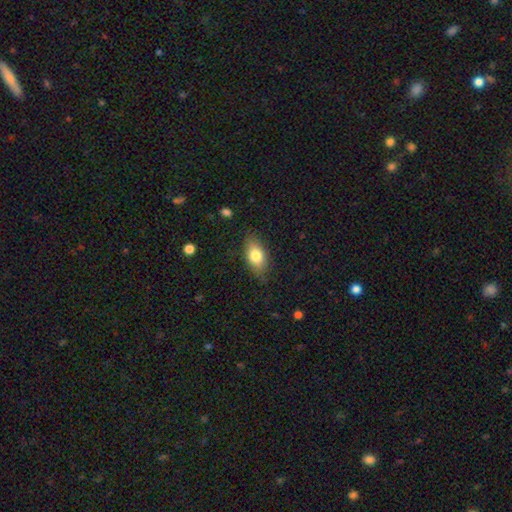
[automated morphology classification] The model was most divided on "smooth or featured": smooth: 77%, featured or disk: 15%, star or artifact: 7%. More confident: how rounded — in between (86%); merging — none (81%).